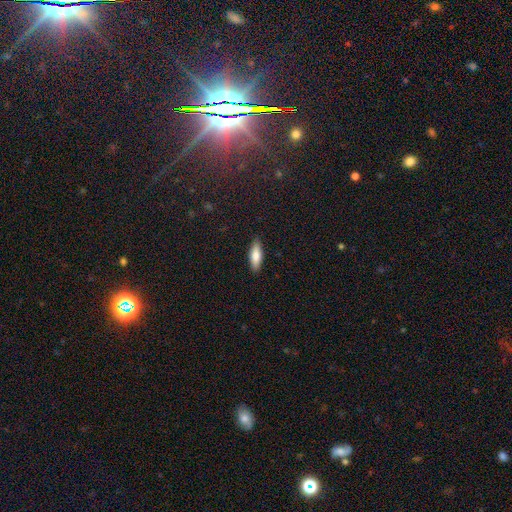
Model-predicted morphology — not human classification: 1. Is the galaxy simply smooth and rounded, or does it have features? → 75% smooth, 19% featured or disk, 6% star or artifact.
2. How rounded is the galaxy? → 51% in between, 48% cigar-shaped, 2% round.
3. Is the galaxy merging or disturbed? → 89% none, 8% minor disturbance, 2% major disturbance, 1% merger.